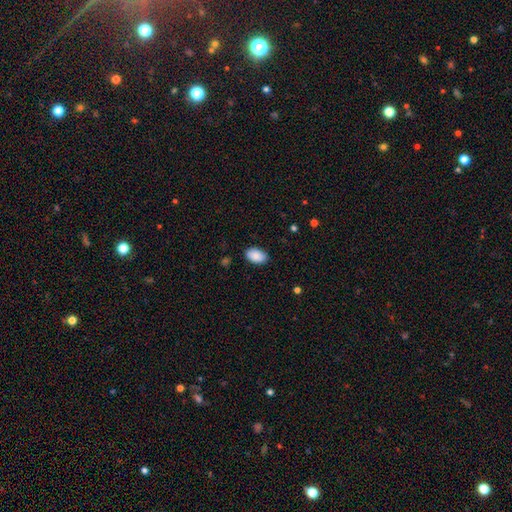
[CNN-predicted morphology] smooth 89%, star or artifact 7%, featured or disk 4%. Down the decision tree: how rounded — in between (93%); merging — none (88%).